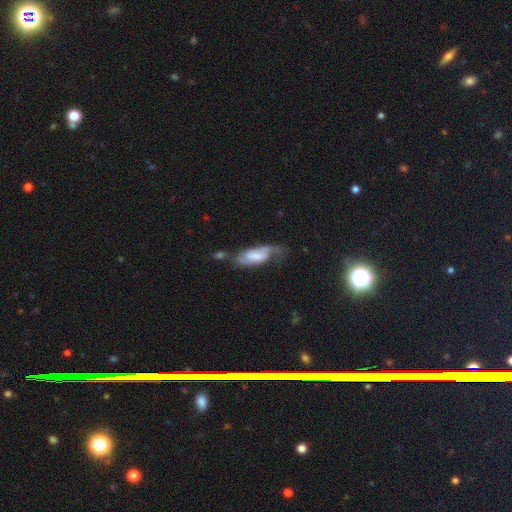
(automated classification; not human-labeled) Smooth or featured? featured or disk (51%)
Edge-on disk? no (86%)
Merging? none (32%)